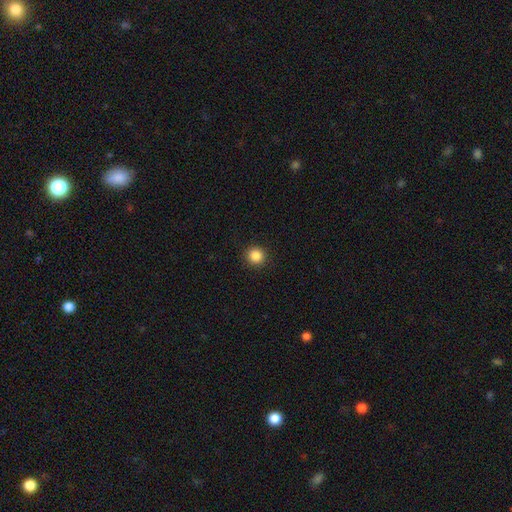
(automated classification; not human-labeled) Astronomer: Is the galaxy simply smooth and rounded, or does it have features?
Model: smooth — 86%.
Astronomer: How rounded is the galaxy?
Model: round — 94%.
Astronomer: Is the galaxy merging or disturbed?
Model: none — 92%.